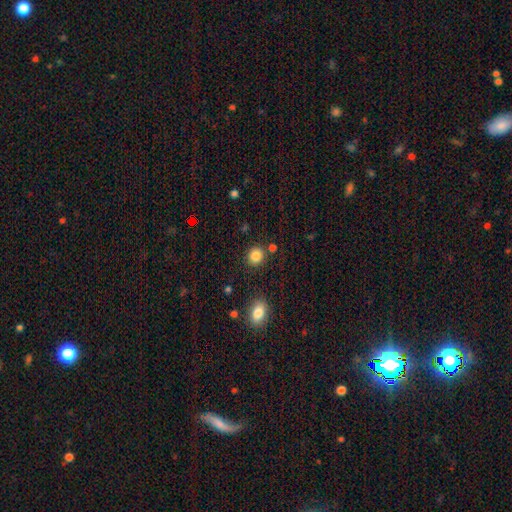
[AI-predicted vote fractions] The model was most divided on "how rounded": round: 81%, in between: 18%, cigar-shaped: 1%. More confident: smooth or featured — smooth (85%); merging — none (84%).